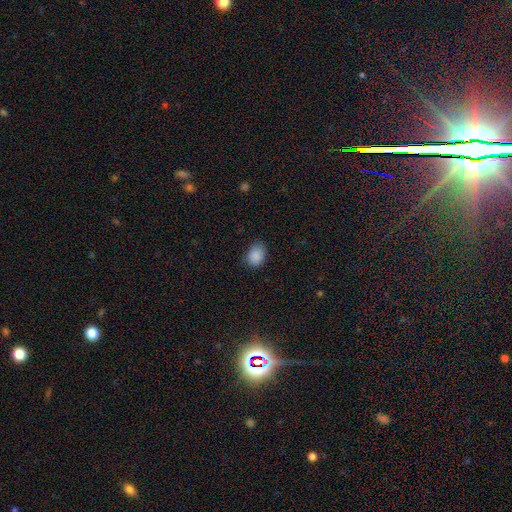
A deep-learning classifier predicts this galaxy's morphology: Smooth or featured: smooth — 88% (star or artifact — 9%)
How rounded: in between — 64% (round — 35%)
Merging: none — 73% (minor disturbance — 22%)